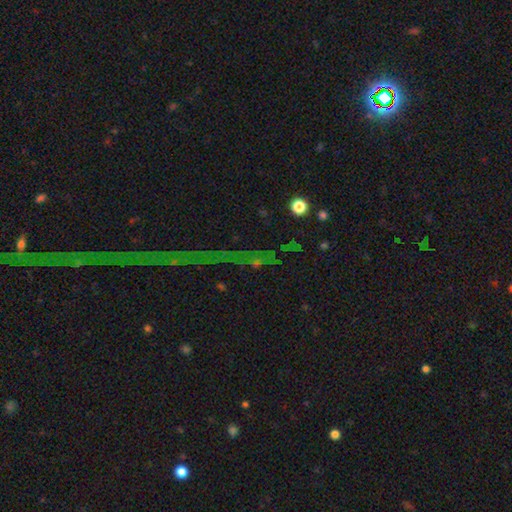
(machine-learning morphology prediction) Overall: star or artifact (83%).